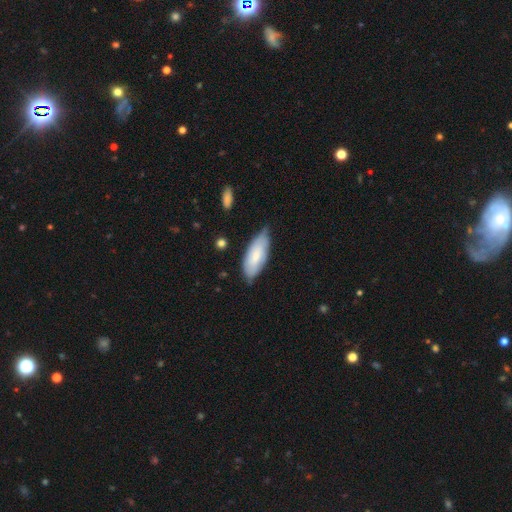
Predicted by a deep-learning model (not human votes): Smooth or featured: smooth — 67% (featured or disk — 27%)
How rounded: in between — 83% (cigar-shaped — 16%)
Merging: none — 60% (minor disturbance — 33%)